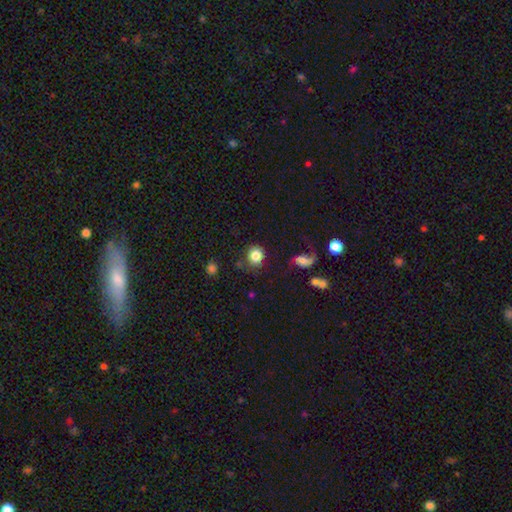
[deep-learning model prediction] This is clearly a smooth galaxy (83%). How rounded: clearly round (87%). Merging: likely none (76%).